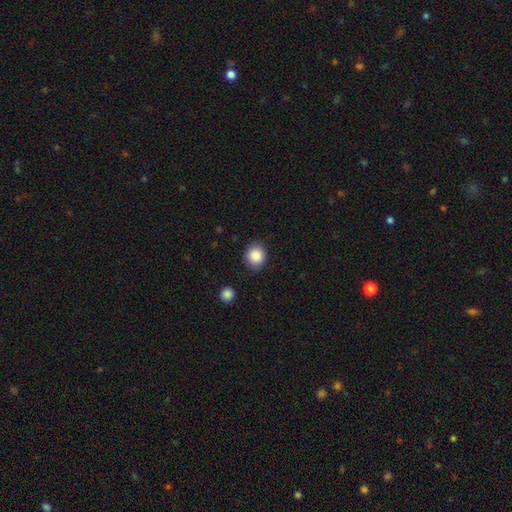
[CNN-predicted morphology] smooth 88%, star or artifact 8%, featured or disk 4%. Down the decision tree: how rounded — round (80%); merging — none (86%).